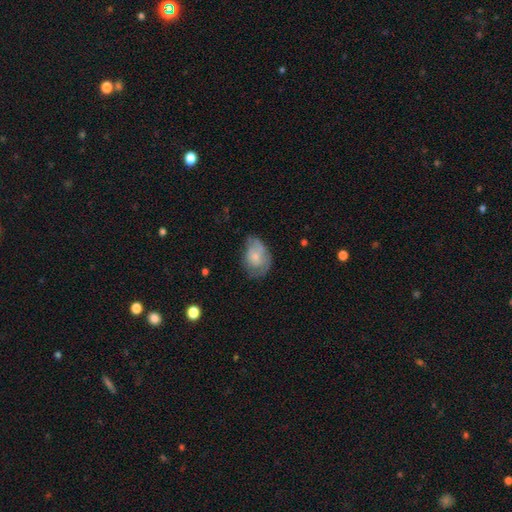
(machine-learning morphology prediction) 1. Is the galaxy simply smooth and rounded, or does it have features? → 60% smooth, 32% featured or disk, 7% star or artifact.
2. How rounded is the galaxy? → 77% in between, 22% round, 1% cigar-shaped.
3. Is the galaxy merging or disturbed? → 41% none, 37% minor disturbance, 19% major disturbance, 3% merger.